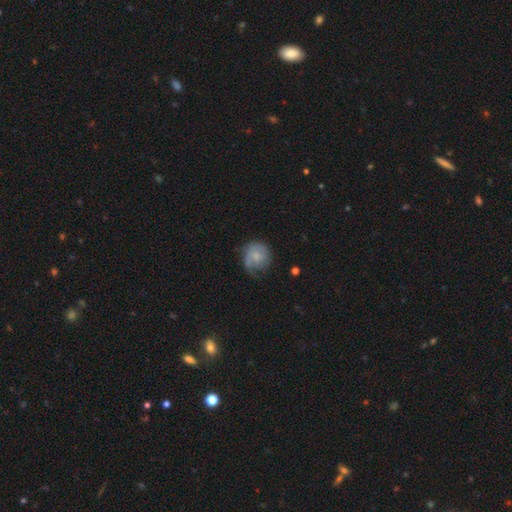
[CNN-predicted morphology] type=smooth (54%); roundness=round (82%); merging=none (51%).